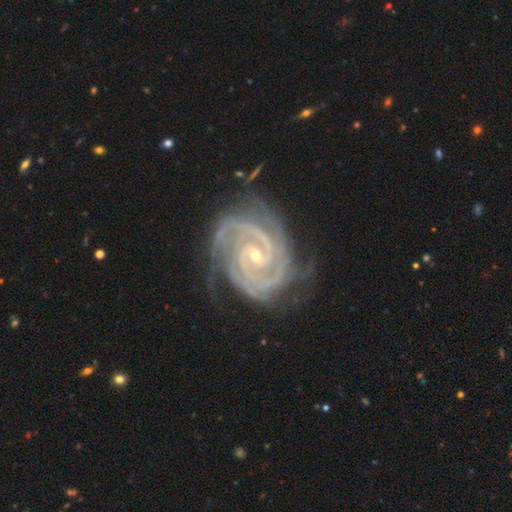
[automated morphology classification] Smooth or featured? featured or disk (93%)
Edge-on disk? no (98%)
Bar? no (51%)
Spiral arms? yes (99%)
Spiral winding? tight (77%)
Spiral arm count? 2 (42%)
Bulge size? small (73%)
Merging? none (69%)